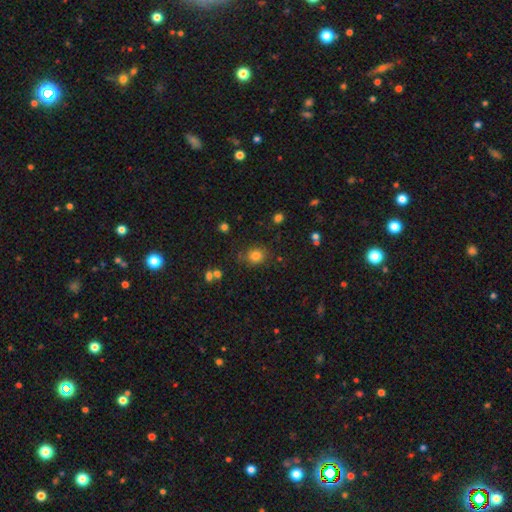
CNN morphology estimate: Smooth or featured? Predicted: smooth (p=0.80). How rounded? Predicted: round (p=0.73). Merging? Predicted: none (p=0.78).